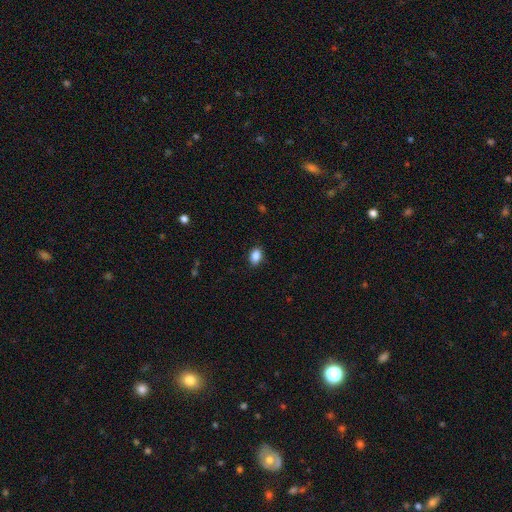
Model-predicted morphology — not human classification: type=smooth (88%); roundness=in between (81%); merging=none (86%).